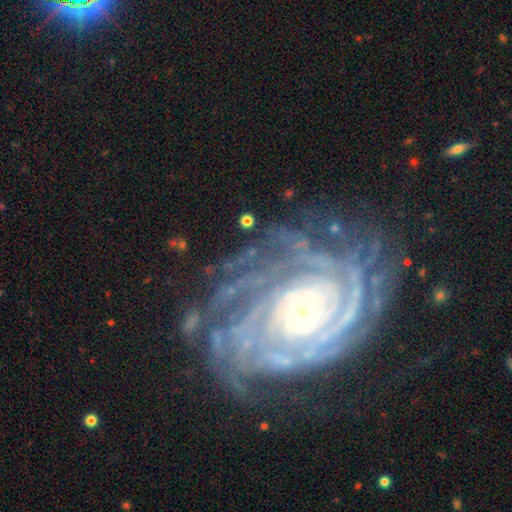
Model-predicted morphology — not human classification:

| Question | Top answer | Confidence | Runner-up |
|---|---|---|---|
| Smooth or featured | featured or disk | 89% | star or artifact (6%) |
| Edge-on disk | no | 96% | yes (4%) |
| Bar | no | 75% | weak (16%) |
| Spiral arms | yes | 98% | no (2%) |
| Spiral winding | tight | 84% | medium (13%) |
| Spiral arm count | more than 4 | 27% | can't tell (24%) |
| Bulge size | small | 68% | moderate (25%) |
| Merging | none | 71% | minor disturbance (18%) |